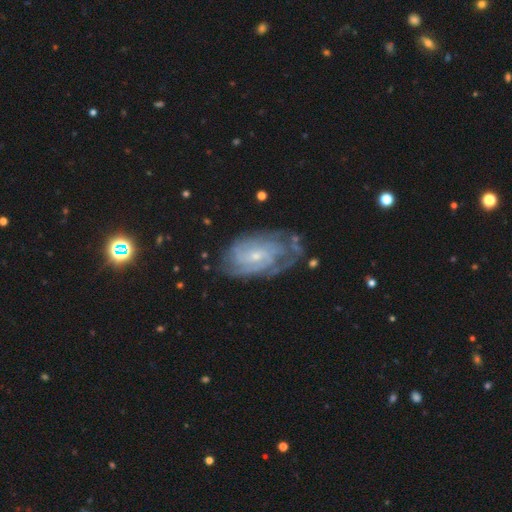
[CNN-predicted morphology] Q: Smooth or featured?
A: featured or disk (81%); runner-up: smooth (12%)
Q: Edge-on disk?
A: no (96%); runner-up: yes (4%)
Q: Bar?
A: no (60%); runner-up: weak (33%)
Q: Spiral arms?
A: yes (91%); runner-up: no (9%)
Q: Spiral winding?
A: tight (66%); runner-up: medium (27%)
Q: Spiral arm count?
A: can't tell (46%); runner-up: 2 (18%)
Q: Bulge size?
A: small (77%); runner-up: moderate (18%)
Q: Merging?
A: none (59%); runner-up: minor disturbance (25%)